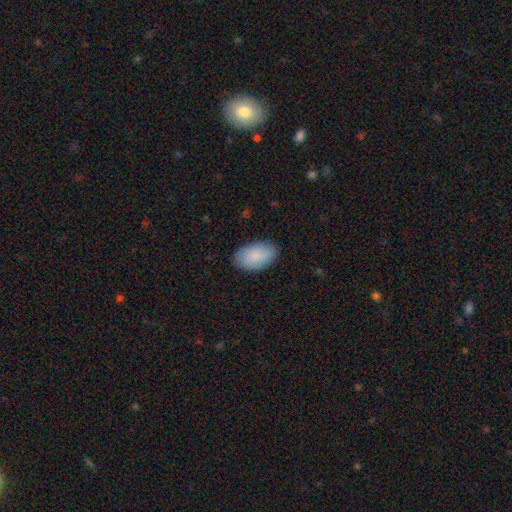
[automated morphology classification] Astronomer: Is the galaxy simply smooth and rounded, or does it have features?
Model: smooth — 87%.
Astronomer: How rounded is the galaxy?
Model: in between — 94%.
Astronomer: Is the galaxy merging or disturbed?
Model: none — 86%.